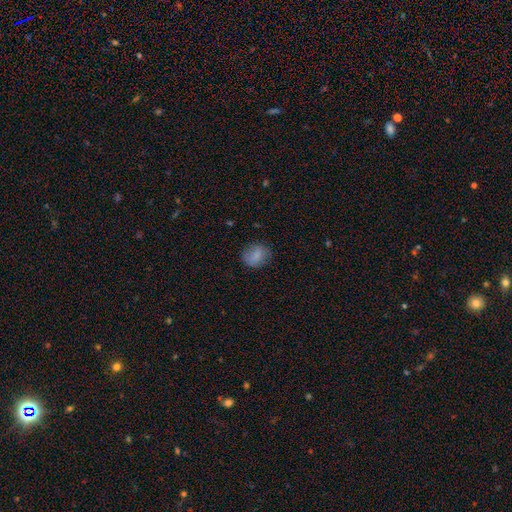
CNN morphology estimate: Smooth or featured?
  - smooth: 82% *
  - star or artifact: 9%
  - featured or disk: 9%
How rounded?
  - round: 56% *
  - in between: 43%
  - cigar-shaped: 1%
Merging?
  - none: 78% *
  - minor disturbance: 16%
  - major disturbance: 5%
  - merger: 1%